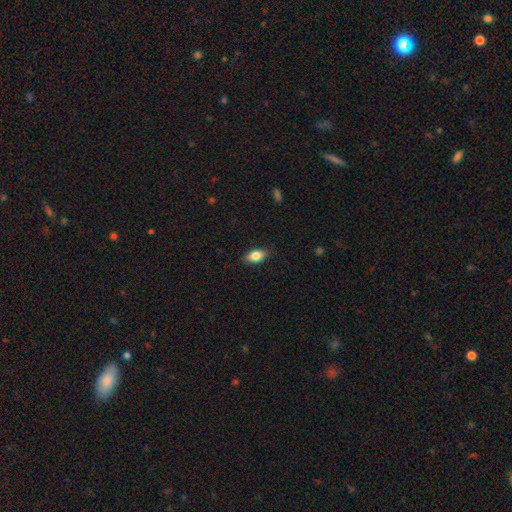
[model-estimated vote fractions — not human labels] Q: Smooth or featured?
A: smooth (83%); runner-up: featured or disk (9%)
Q: How rounded?
A: in between (90%); runner-up: round (6%)
Q: Merging?
A: none (87%); runner-up: minor disturbance (10%)